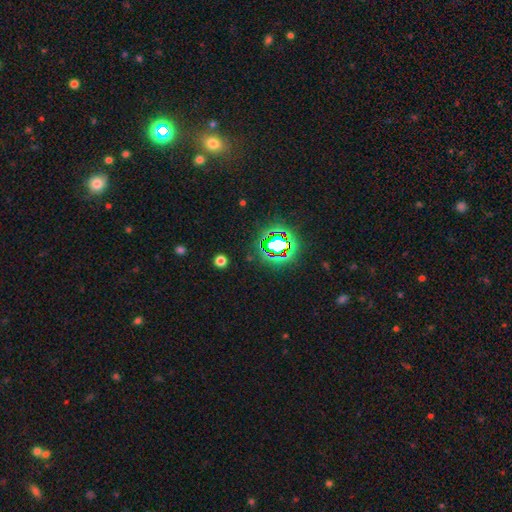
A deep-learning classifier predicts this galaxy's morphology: Overall: star or artifact (70%).